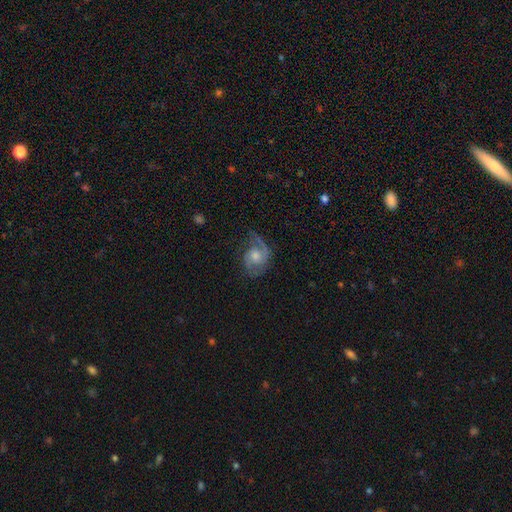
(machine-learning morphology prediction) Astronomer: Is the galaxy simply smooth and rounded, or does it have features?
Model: featured or disk — 80%.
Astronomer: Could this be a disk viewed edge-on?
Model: no — 97%.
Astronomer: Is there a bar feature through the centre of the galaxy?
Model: no — 66%.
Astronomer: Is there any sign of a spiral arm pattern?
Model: yes — 95%.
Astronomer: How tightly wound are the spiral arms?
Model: medium — 49% (runner-up: loose, 28%).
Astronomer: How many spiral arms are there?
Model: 2 — 68%.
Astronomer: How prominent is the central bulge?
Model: moderate — 57%.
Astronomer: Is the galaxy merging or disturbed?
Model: none — 58%.